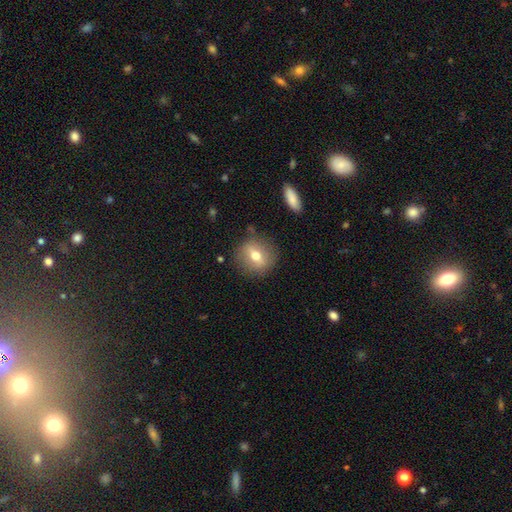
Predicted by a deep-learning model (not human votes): This appears to be a smooth galaxy with no disk features (56%) that is round (74%). Merging: none (83%).